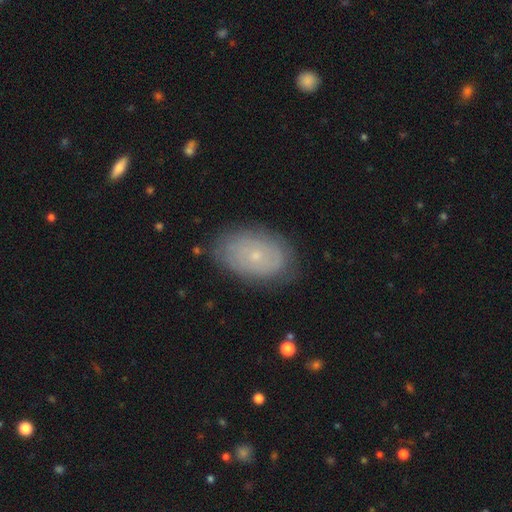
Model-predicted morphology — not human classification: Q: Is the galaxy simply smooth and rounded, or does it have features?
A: smooth — 47%.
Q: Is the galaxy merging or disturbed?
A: none — 81%.